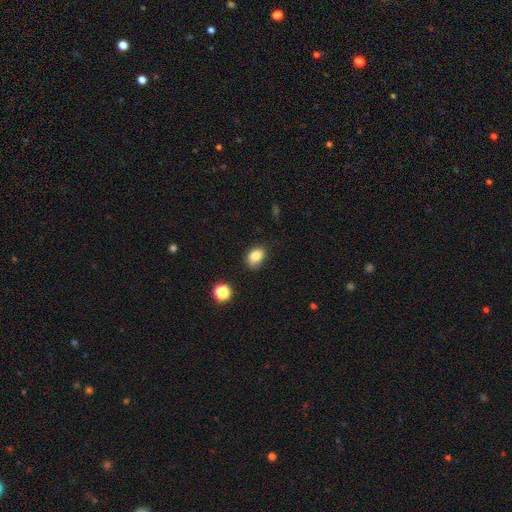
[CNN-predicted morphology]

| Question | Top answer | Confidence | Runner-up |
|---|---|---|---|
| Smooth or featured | smooth | 82% | star or artifact (11%) |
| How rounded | in between | 71% | round (28%) |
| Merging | none | 66% | minor disturbance (26%) |